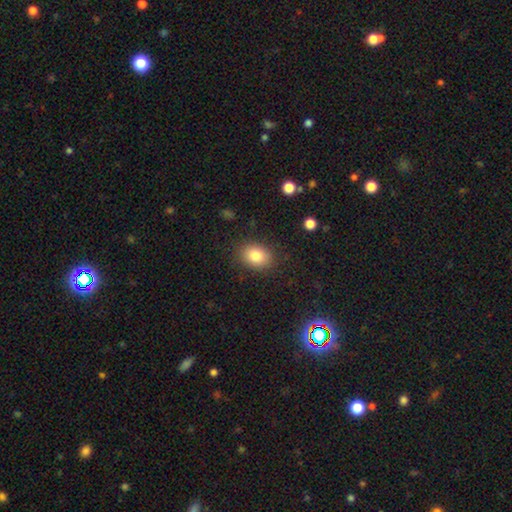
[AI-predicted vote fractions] Smooth or featured? smooth (82%)
How rounded? in between (63%)
Merging? none (85%)